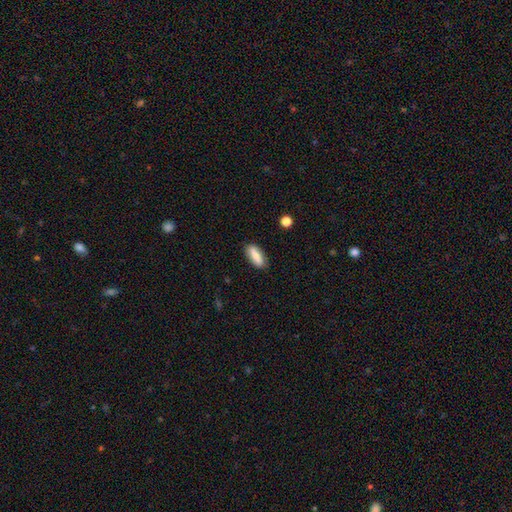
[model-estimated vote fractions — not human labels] Smooth or featured? Predicted: smooth (p=0.78). How rounded? Predicted: in between (p=0.70). Merging? Predicted: none (p=0.84).